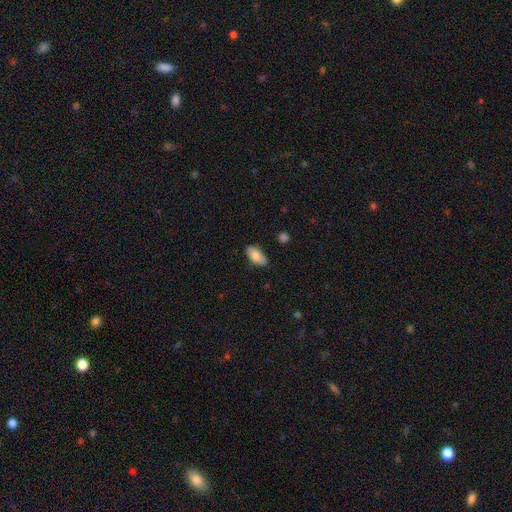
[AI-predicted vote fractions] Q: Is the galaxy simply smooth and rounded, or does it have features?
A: smooth — 79%.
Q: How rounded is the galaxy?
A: in between — 93%.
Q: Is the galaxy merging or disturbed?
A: none — 82%.